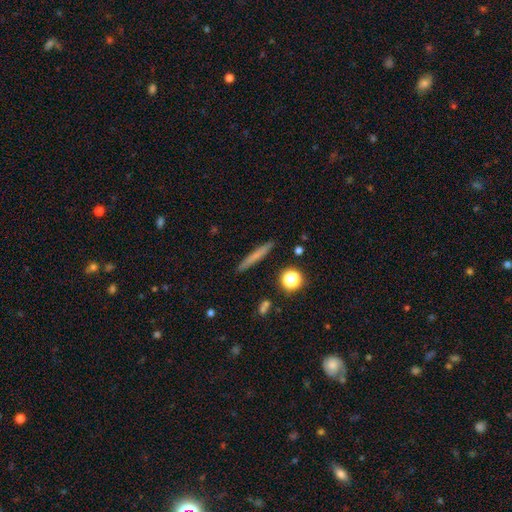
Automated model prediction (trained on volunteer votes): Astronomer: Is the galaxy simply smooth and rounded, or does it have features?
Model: smooth — 65%.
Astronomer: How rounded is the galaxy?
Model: cigar-shaped — 93%.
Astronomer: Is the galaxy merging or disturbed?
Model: none — 90%.